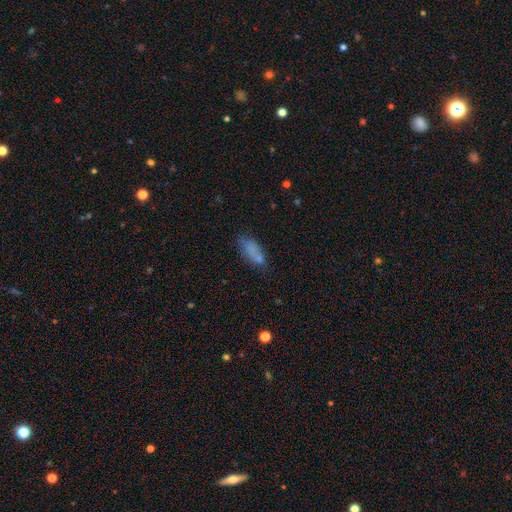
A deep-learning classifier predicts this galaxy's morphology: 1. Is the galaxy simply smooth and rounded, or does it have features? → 70% smooth, 18% featured or disk, 12% star or artifact.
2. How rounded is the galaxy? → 80% in between, 16% cigar-shaped, 4% round.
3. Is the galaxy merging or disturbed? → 49% none, 23% minor disturbance, 16% merger, 12% major disturbance.